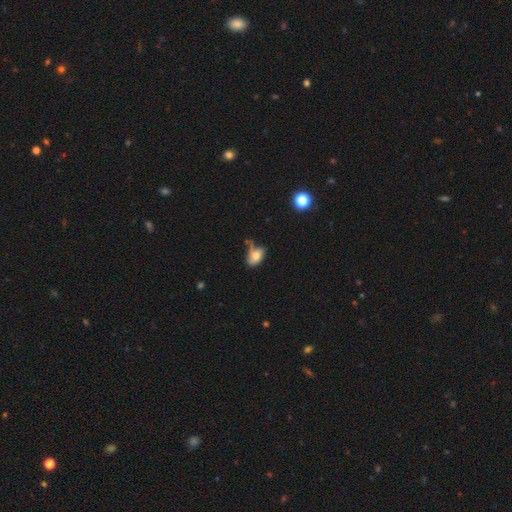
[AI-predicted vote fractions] The model was most divided on "merging": none: 38%, minor disturbance: 27%, merger: 19%, major disturbance: 16%. More confident: how rounded — in between (87%); smooth or featured — smooth (67%).